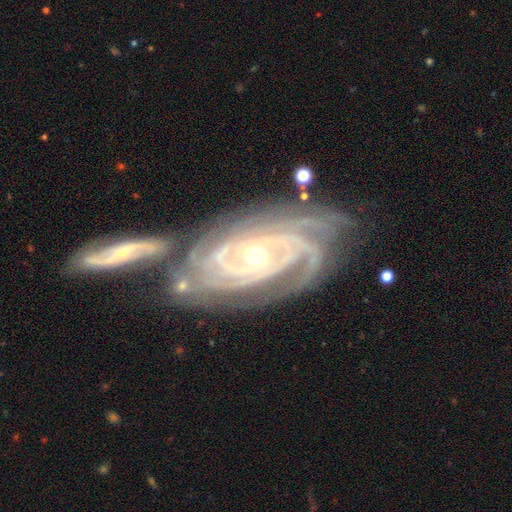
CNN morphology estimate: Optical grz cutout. It shows a featured or disk galaxy (92%) with no bar (53%), 3 (29%) tight (81%) spiral arms (98%) and a moderate central bulge (54%). Merging: none (51%).